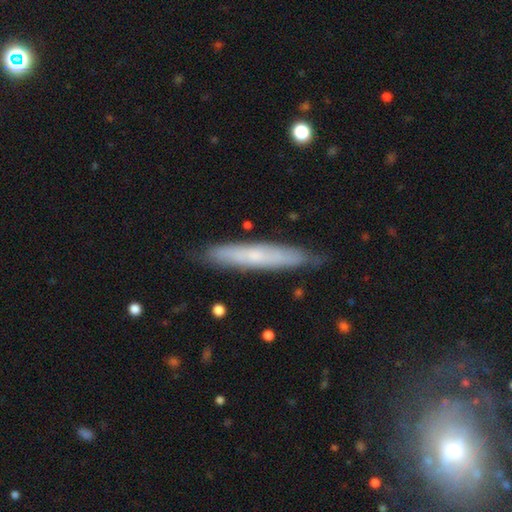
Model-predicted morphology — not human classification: Q: Smooth or featured?
A: smooth (52%); runner-up: featured or disk (42%)
Q: How rounded?
A: cigar-shaped (92%); runner-up: in between (6%)
Q: Merging?
A: none (84%); runner-up: minor disturbance (13%)